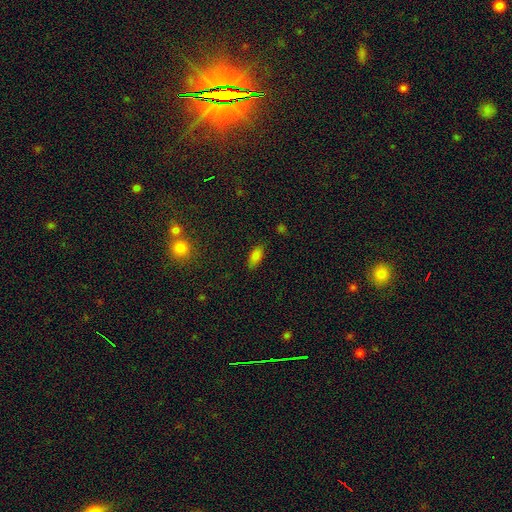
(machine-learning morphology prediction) Smooth or featured? smooth (79%)
How rounded? in between (85%)
Merging? none (83%)